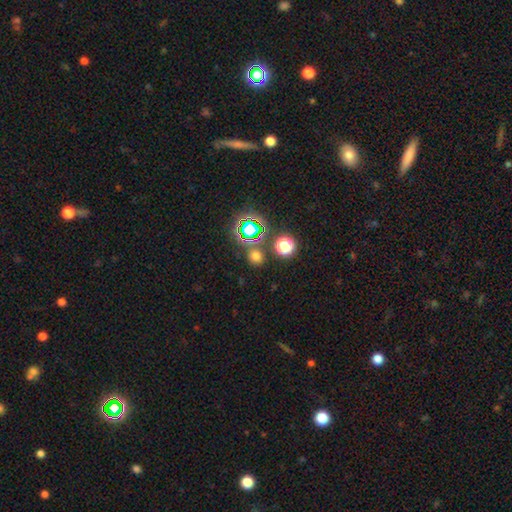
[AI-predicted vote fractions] A smooth galaxy with no disk features (63%) that is round (85%).

Vote fractions:
- Smooth or featured? smooth: 63% / star or artifact: 31% / featured or disk: 6%
- How rounded? round: 85% / in between: 14% / cigar-shaped: 1%
- Merging? none: 78% / merger: 11% / minor disturbance: 8% / major disturbance: 3%